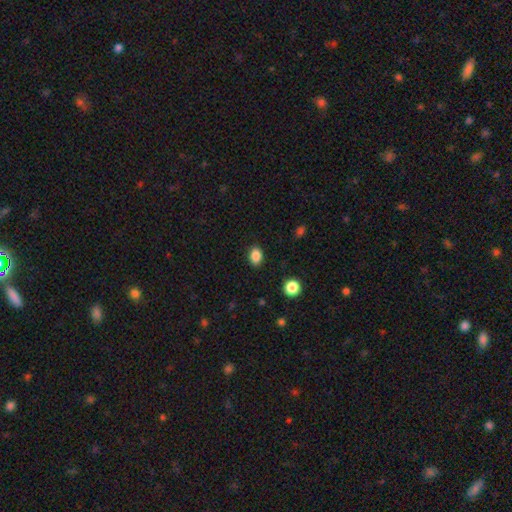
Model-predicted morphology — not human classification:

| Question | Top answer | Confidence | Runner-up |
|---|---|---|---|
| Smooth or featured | smooth | 86% | star or artifact (10%) |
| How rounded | in between | 72% | round (27%) |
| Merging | none | 87% | minor disturbance (9%) |